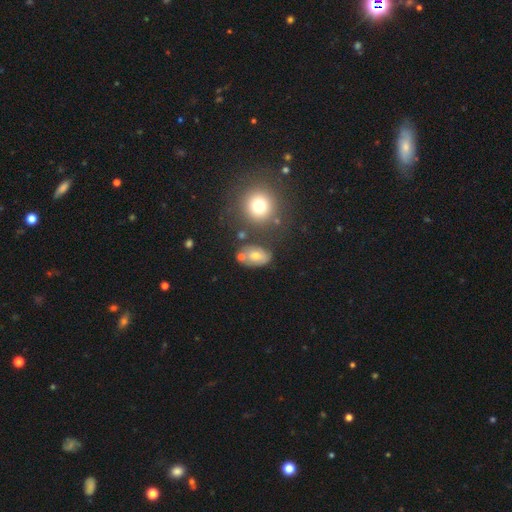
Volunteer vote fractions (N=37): Smooth or featured: featured or disk — 54% (smooth — 41%)
Edge-on disk: no — 100%
Bar: no — 75% (weak — 20%)
Spiral arms: yes — 50% (tied with no — 50%)
Spiral winding: tight — 50% (medium — 30%)
Spiral arm count: can't tell — 50% (2 — 40%)
Bulge size: moderate — 60% (small — 35%)
Merging: none — 66% (minor disturbance — 23%)